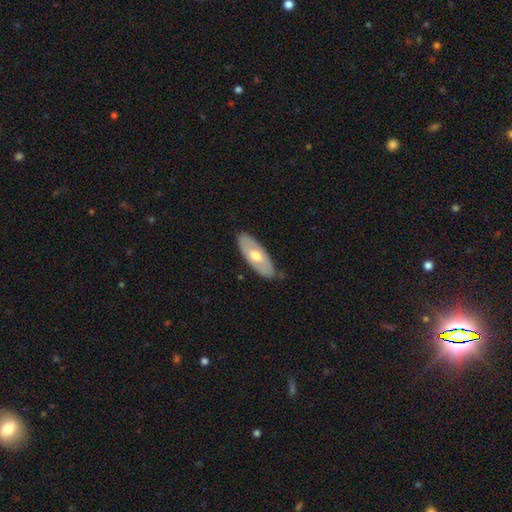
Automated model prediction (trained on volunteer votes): Smooth or featured?
  - featured or disk: 48% *
  - smooth: 47%
  - star or artifact: 5%
Merging?
  - none: 81% *
  - minor disturbance: 15%
  - major disturbance: 3%
  - merger: 1%